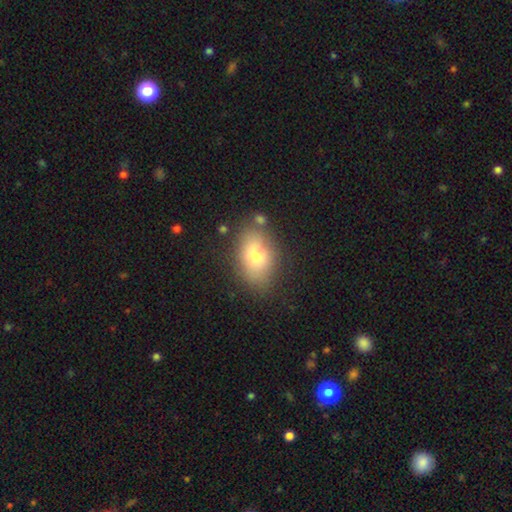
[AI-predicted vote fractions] Morphology: type=smooth (74%); roundness=in between (86%); merging=none (77%).